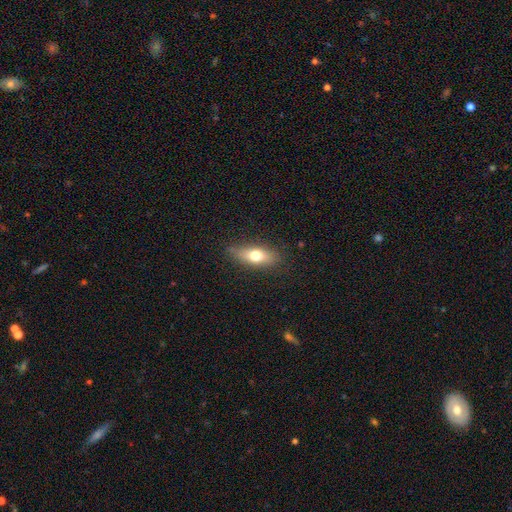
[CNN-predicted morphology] Q: Smooth or featured?
A: smooth (66%); runner-up: featured or disk (26%)
Q: How rounded?
A: in between (65%); runner-up: cigar-shaped (30%)
Q: Merging?
A: none (81%); runner-up: minor disturbance (15%)